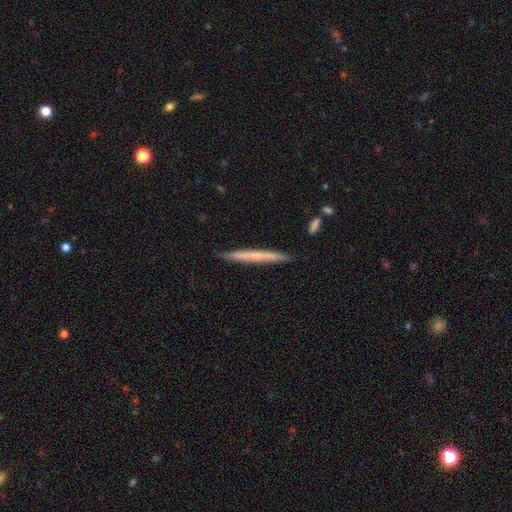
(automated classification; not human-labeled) Smooth or featured? Predicted: smooth (p=0.57). How rounded? Predicted: cigar-shaped (p=0.97). Merging? Predicted: none (p=0.90).